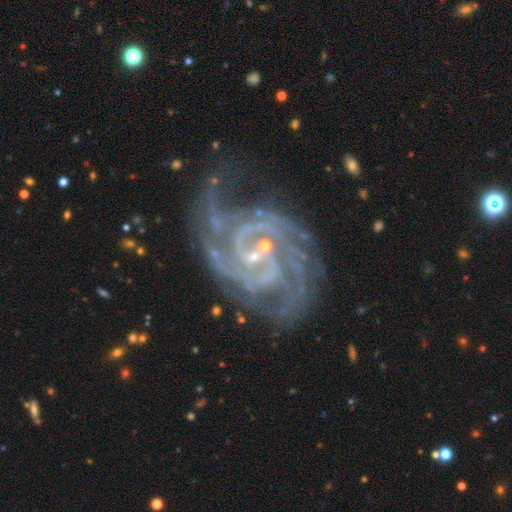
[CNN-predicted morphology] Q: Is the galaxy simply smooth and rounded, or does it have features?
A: featured or disk — 92%.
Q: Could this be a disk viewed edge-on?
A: no — 98%.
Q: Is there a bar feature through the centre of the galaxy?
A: weak — 45%.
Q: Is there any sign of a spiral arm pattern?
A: yes — 99%.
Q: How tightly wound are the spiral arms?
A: tight — 58%.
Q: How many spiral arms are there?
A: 2 — 30%.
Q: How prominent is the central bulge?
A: small — 76%.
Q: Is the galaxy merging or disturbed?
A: none — 66%.